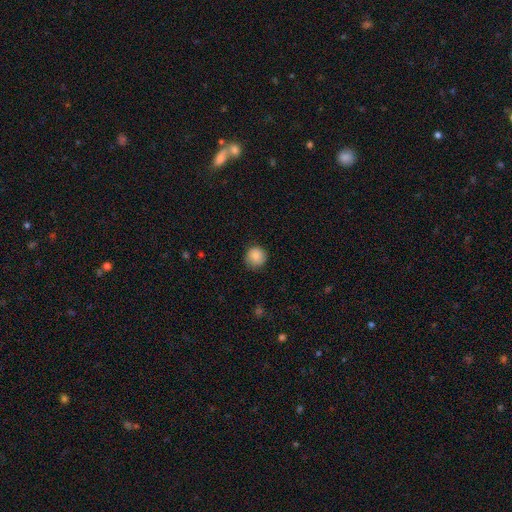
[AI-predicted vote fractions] This appears to be a smooth galaxy with no disk features (87%) that is round (93%). Merging: none (81%).